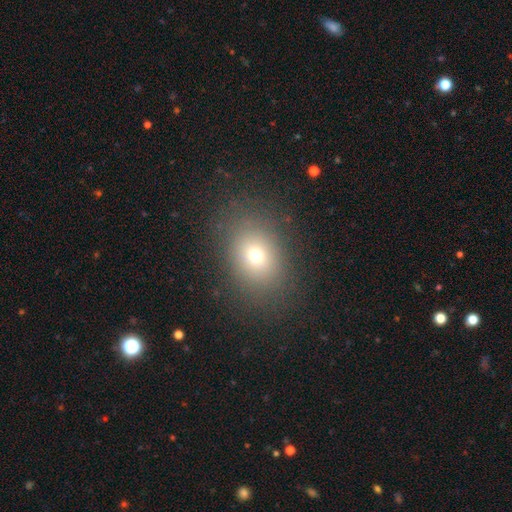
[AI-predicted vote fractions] Smooth or featured? Predicted: smooth (p=0.70). How rounded? Predicted: in between (p=0.60). Merging? Predicted: none (p=0.84).